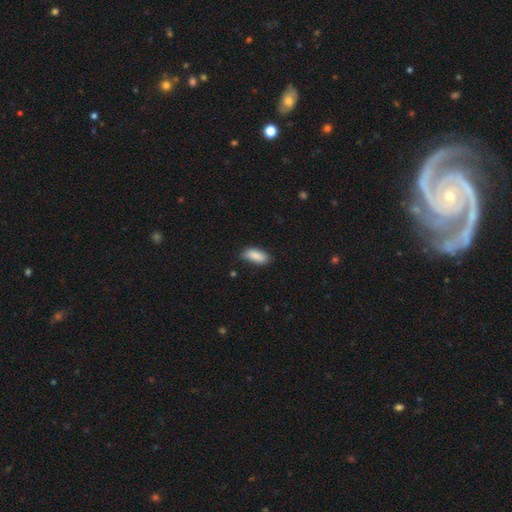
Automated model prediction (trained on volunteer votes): smooth 88%, star or artifact 7%, featured or disk 5%. Down the decision tree: how rounded — in between (85%); merging — none (76%).